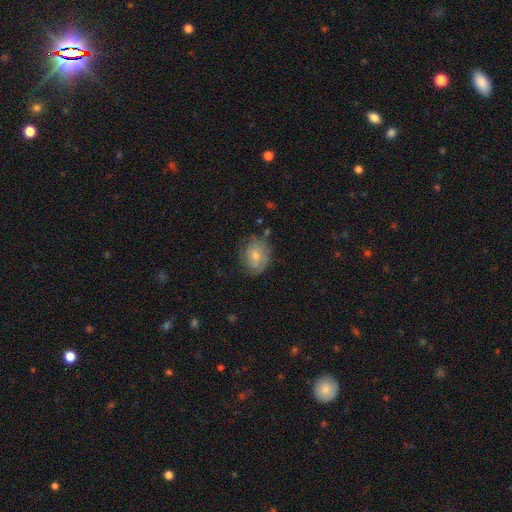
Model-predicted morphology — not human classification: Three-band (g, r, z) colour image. It shows a smooth galaxy with no disk features (56%) that is round (54%). Merging: none (62%).